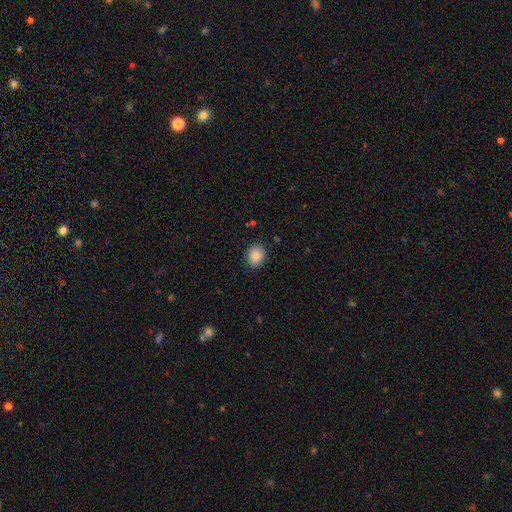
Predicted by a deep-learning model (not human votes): Overall: smooth (88%). How rounded: round (57%; in between 42%). Merging: none (87%).